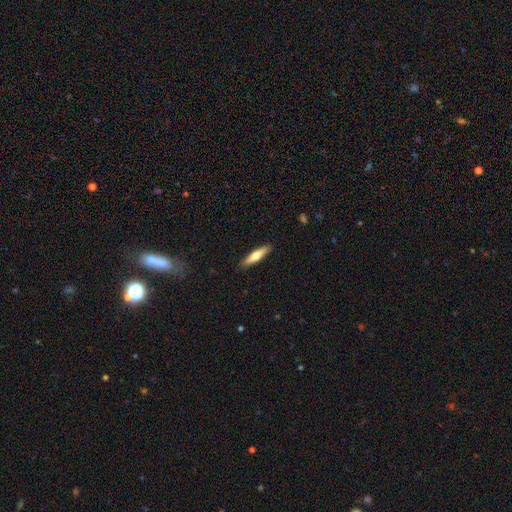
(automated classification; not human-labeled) smooth 60%, featured or disk 35%, star or artifact 5%. Down the decision tree: how rounded — cigar-shaped (81%); merging — none (90%).